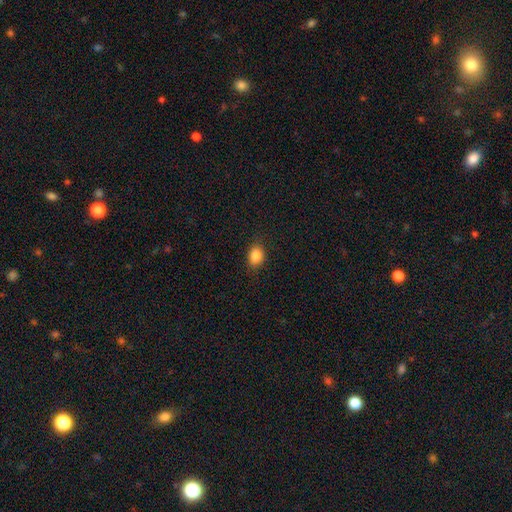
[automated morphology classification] Smooth or featured? smooth (86%)
How rounded? in between (65%)
Merging? none (86%)